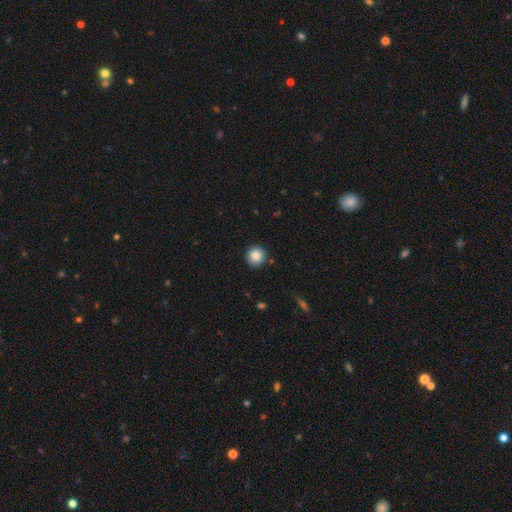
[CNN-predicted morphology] This appears to be a smooth galaxy with no disk features (85%) that is round (94%). Merging: none (90%).